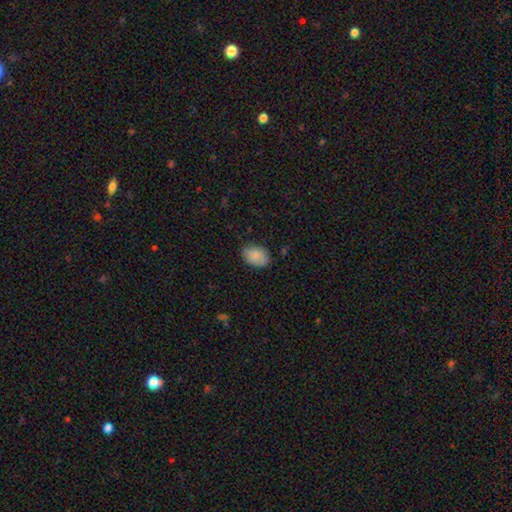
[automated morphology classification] smooth 86%, star or artifact 7%, featured or disk 7%. Down the decision tree: how rounded — in between (83%); merging — none (80%).